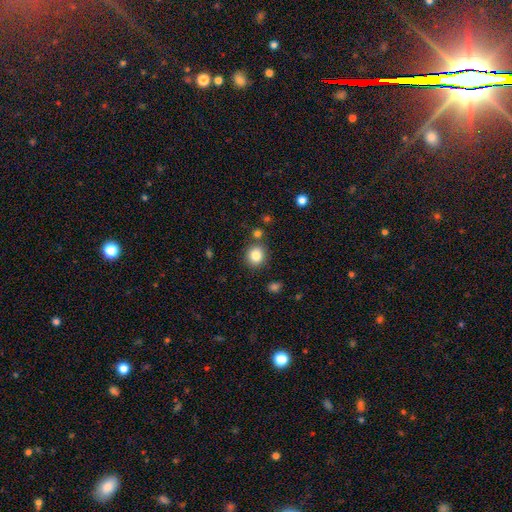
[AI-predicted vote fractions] smooth-or-featured: smooth: 84% | star or artifact: 10% | featured or disk: 6%
  how-rounded: round: 78% | in between: 21% | cigar-shaped: 1%
  merging: none: 81% | minor disturbance: 9% | merger: 7% | major disturbance: 3%